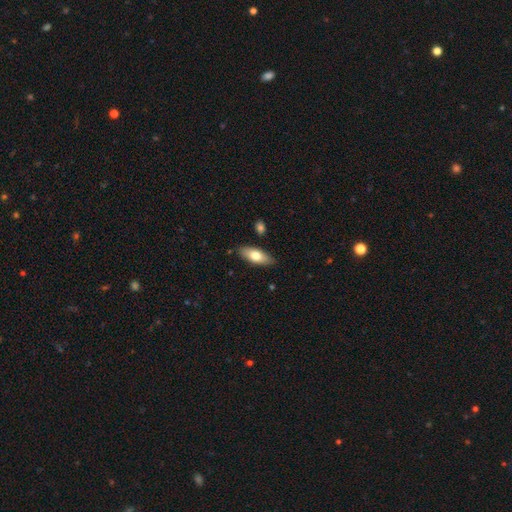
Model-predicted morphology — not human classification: smooth 70%, featured or disk 24%, star or artifact 6%. Down the decision tree: how rounded — in between (75%); merging — none (85%).